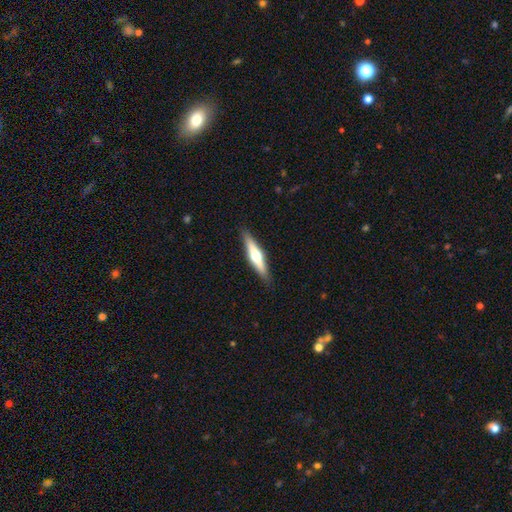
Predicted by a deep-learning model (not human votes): Overall: featured or disk (61%; smooth 34%). Edge-on disk: yes (96%). Edge-on bulge: rounded (94%). Merging: none (90%).